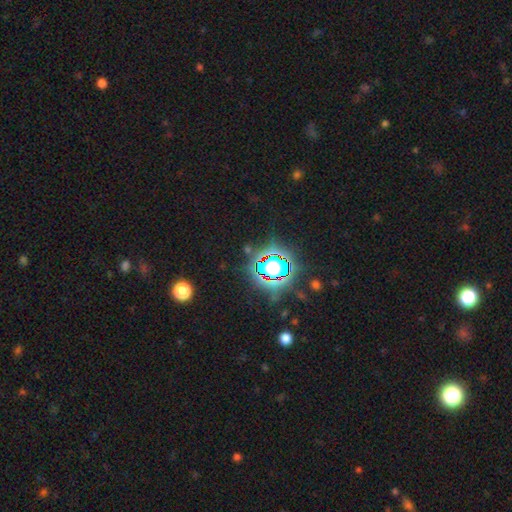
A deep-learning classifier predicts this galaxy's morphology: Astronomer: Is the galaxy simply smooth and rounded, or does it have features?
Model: star or artifact — 83%.